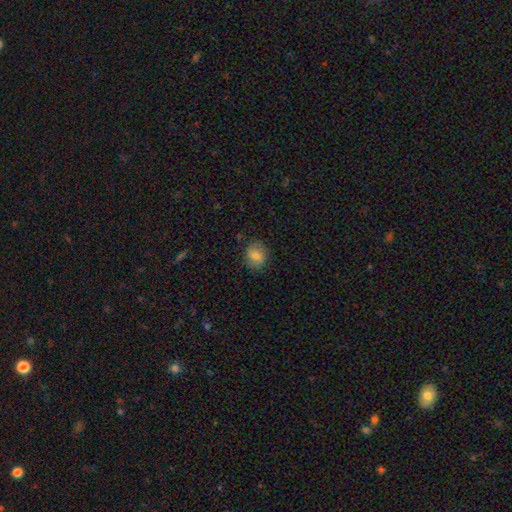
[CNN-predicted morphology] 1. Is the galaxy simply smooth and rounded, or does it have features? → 77% smooth, 13% featured or disk, 10% star or artifact.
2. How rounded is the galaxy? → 69% round, 30% in between, 1% cigar-shaped.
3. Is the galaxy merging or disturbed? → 83% none, 13% minor disturbance, 3% major disturbance, 1% merger.